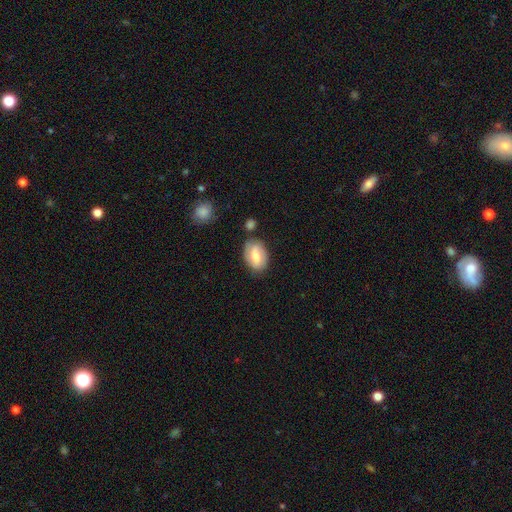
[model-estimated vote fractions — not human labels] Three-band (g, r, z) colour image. It shows a smooth galaxy with no disk features (52%) that is in between round and cigar-shaped (82%). Merging: none (71%).